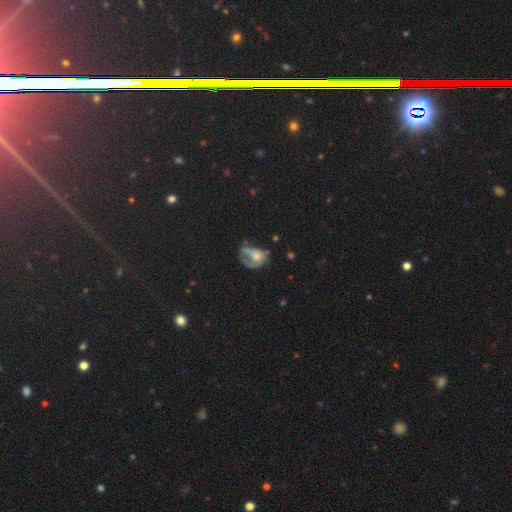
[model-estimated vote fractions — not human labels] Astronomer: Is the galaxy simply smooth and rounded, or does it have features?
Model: featured or disk — 44% (runner-up: smooth, 43%).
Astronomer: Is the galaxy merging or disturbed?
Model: major disturbance — 42% (runner-up: none, 26%).